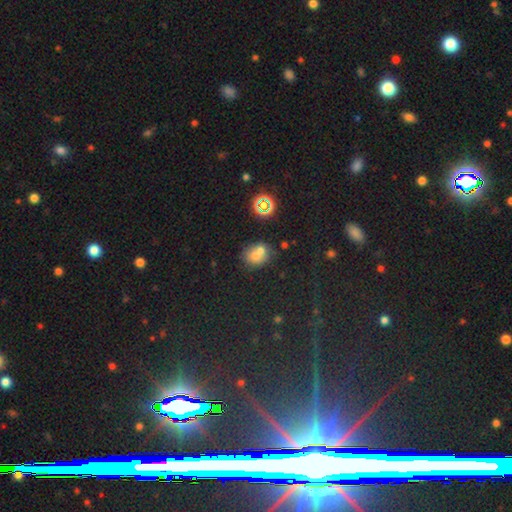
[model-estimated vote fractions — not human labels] Morphology: type=smooth (62%); roundness=round (66%); merging=merger (49%).